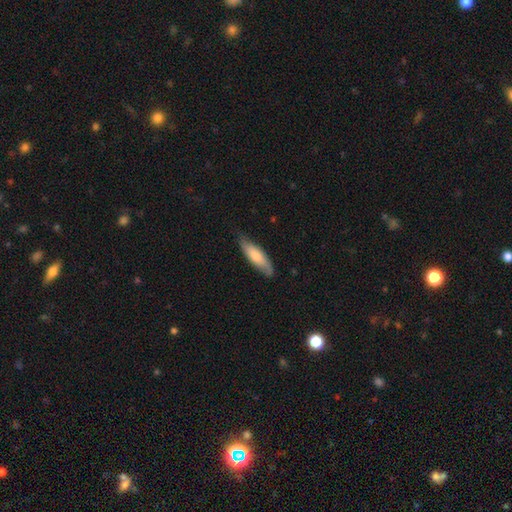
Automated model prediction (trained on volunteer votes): A smooth galaxy with no disk features (67%) that is cigar-shaped (55%).

Vote fractions:
- Smooth or featured? smooth: 67% / featured or disk: 28% / star or artifact: 5%
- How rounded? cigar-shaped: 55% / in between: 44% / round: 2%
- Merging? none: 74% / minor disturbance: 22% / major disturbance: 3% / merger: 1%